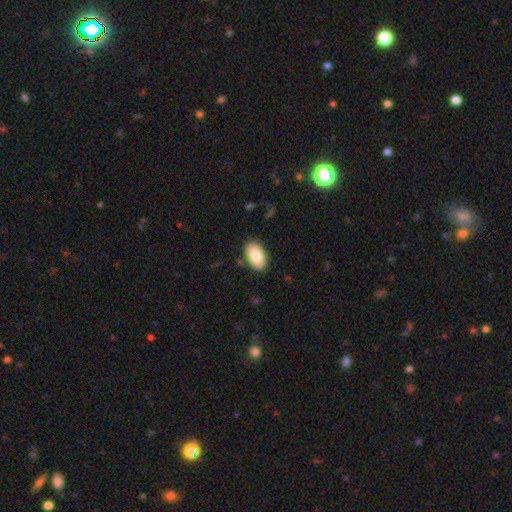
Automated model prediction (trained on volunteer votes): A smooth galaxy with no disk features (85%) that is in between round and cigar-shaped (94%).

Vote fractions:
- Smooth or featured? smooth: 85% / featured or disk: 9% / star or artifact: 6%
- How rounded? in between: 94% / round: 4% / cigar-shaped: 1%
- Merging? none: 87% / minor disturbance: 9% / major disturbance: 2% / merger: 1%